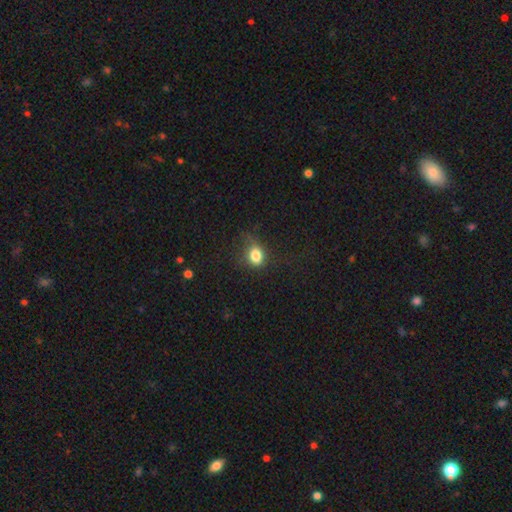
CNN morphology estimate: This appears to be a smooth galaxy with no disk features (80%) that is round (53%). Merging: none (61%).